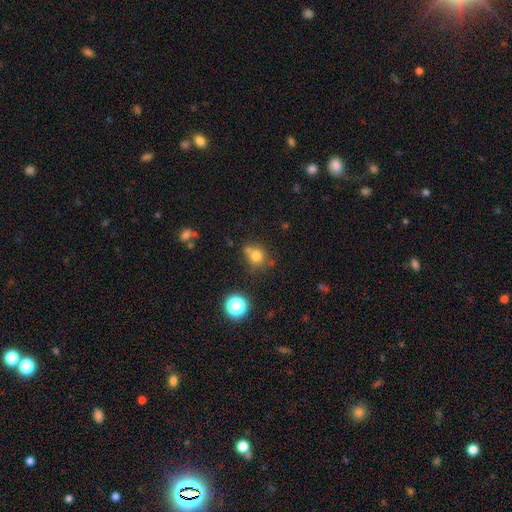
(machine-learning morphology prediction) Smooth or featured? Predicted: smooth (p=0.75). How rounded? Predicted: round (p=0.77). Merging? Predicted: none (p=0.59).